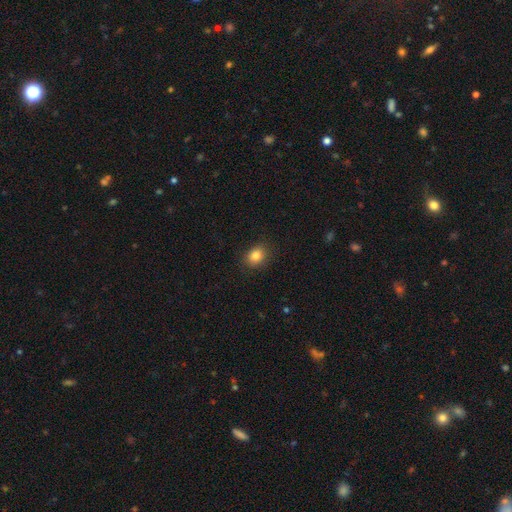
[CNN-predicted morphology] Smooth or featured? smooth (84%)
How rounded? in between (51%)
Merging? none (87%)